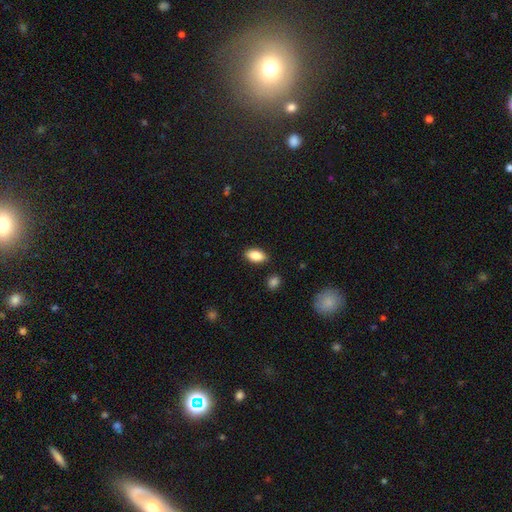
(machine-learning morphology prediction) Smooth or featured?
  - smooth: 86% *
  - star or artifact: 7%
  - featured or disk: 7%
How rounded?
  - in between: 90% *
  - cigar-shaped: 5%
  - round: 4%
Merging?
  - none: 87% *
  - minor disturbance: 9%
  - major disturbance: 2%
  - merger: 2%